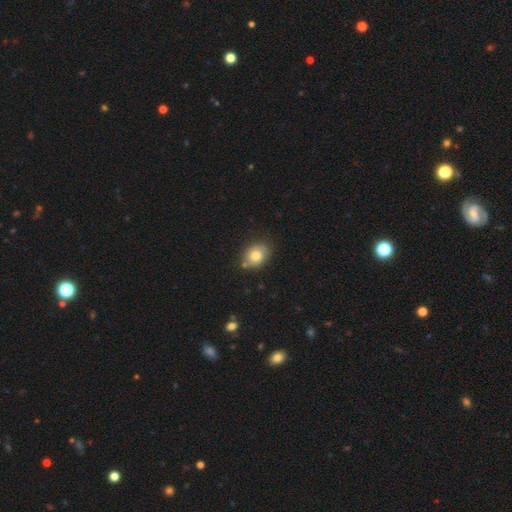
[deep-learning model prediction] This appears to be a smooth galaxy with no disk features (76%) that is in between round and cigar-shaped (50%). Merging: none (73%).